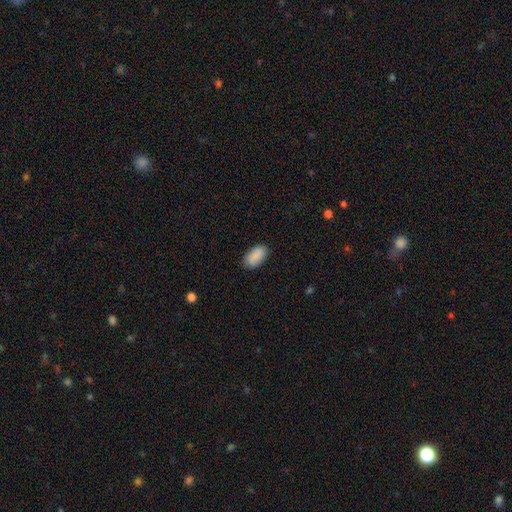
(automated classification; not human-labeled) Smooth or featured? Predicted: smooth (p=0.89). How rounded? Predicted: in between (p=0.94). Merging? Predicted: none (p=0.85).